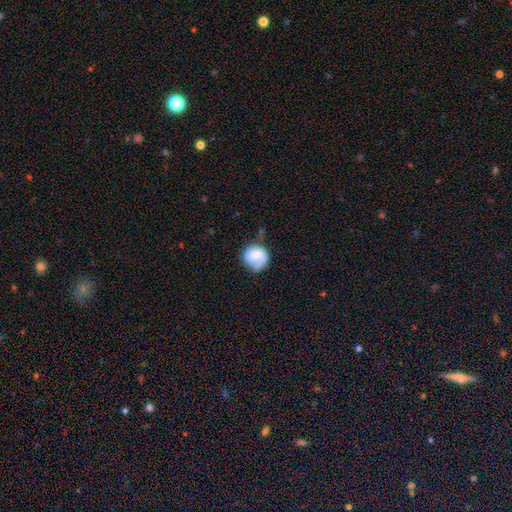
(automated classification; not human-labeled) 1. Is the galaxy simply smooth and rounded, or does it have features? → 70% smooth, 23% featured or disk, 7% star or artifact.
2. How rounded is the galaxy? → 83% round, 16% in between, 1% cigar-shaped.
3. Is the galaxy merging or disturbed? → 52% none, 27% minor disturbance, 16% major disturbance, 5% merger.